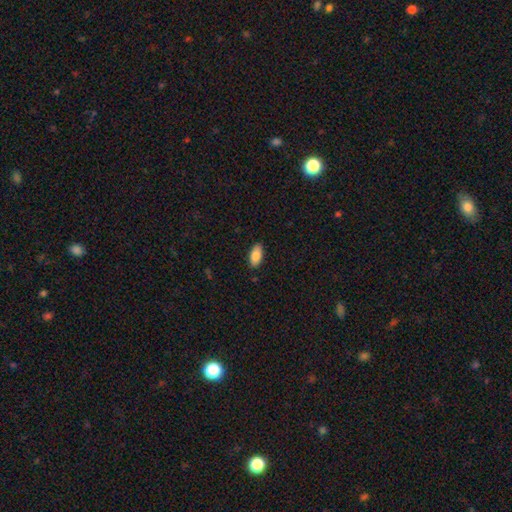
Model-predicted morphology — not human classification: type=smooth (83%); roundness=in between (91%); merging=none (87%).